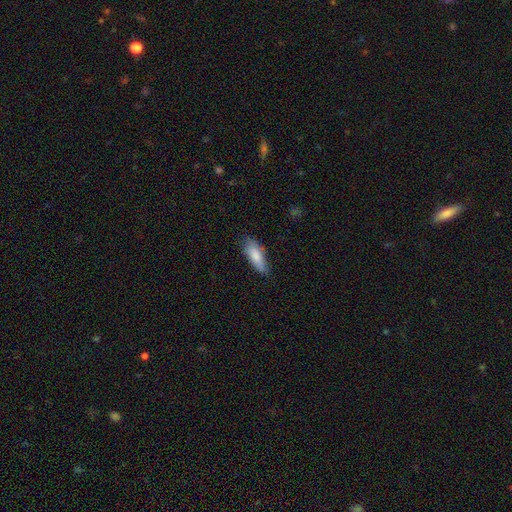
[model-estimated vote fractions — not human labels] Smooth or featured? smooth (81%)
How rounded? in between (66%)
Merging? none (72%)